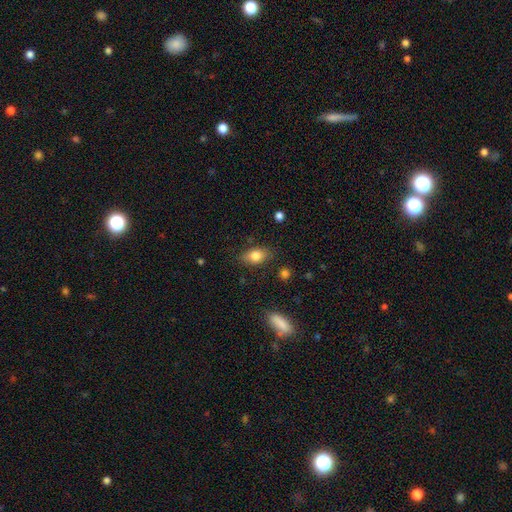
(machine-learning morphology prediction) This is clearly a smooth galaxy (80%). How rounded: clearly in between (83%). Merging: likely none (80%).